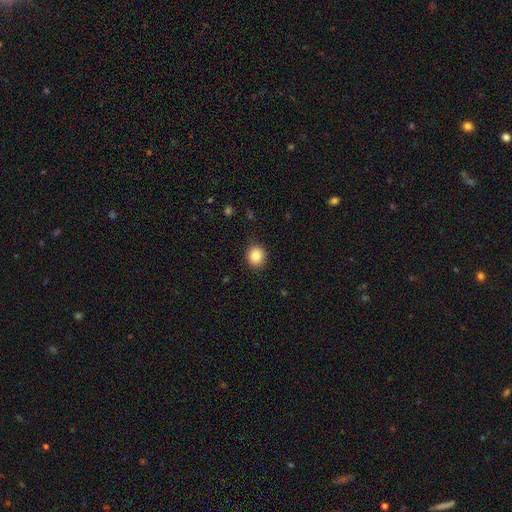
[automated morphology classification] Smooth or featured? Predicted: smooth (p=0.85). How rounded? Predicted: round (p=0.83). Merging? Predicted: none (p=0.88).